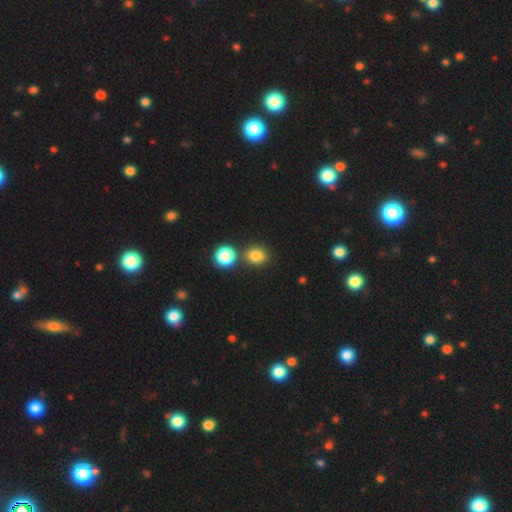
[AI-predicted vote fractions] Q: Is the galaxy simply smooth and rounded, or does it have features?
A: smooth — 80%.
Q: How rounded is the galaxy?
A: round — 69%.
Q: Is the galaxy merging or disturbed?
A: none — 69%.